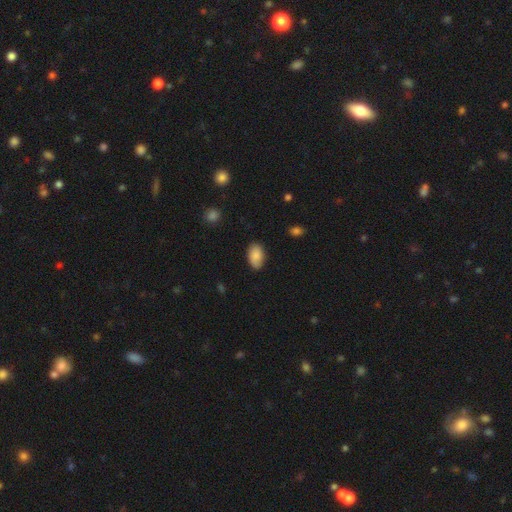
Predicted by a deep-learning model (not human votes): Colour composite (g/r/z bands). It shows a smooth galaxy with no disk features (87%) that is in between round and cigar-shaped (93%). Merging: none (82%).